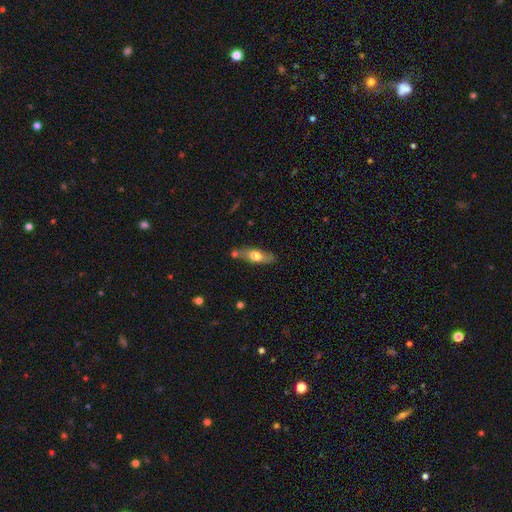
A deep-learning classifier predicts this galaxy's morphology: Q: Smooth or featured?
A: smooth (60%); runner-up: featured or disk (34%)
Q: How rounded?
A: in between (53%); runner-up: cigar-shaped (44%)
Q: Merging?
A: none (67%); runner-up: minor disturbance (17%)